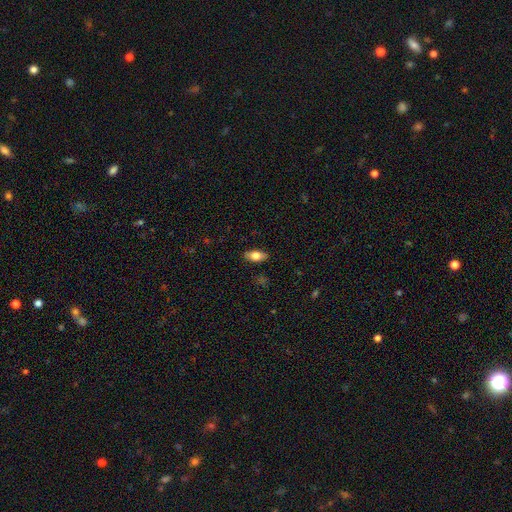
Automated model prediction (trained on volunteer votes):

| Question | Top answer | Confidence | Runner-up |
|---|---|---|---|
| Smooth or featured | smooth | 74% | featured or disk (19%) |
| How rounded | in between | 86% | cigar-shaped (10%) |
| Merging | none | 88% | minor disturbance (9%) |